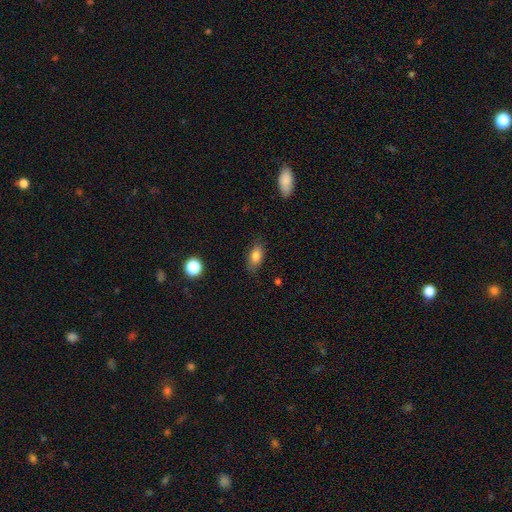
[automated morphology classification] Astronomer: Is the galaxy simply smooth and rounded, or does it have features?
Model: smooth — 81%.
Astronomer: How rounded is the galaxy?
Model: in between — 85%.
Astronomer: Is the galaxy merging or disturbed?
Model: none — 80%.